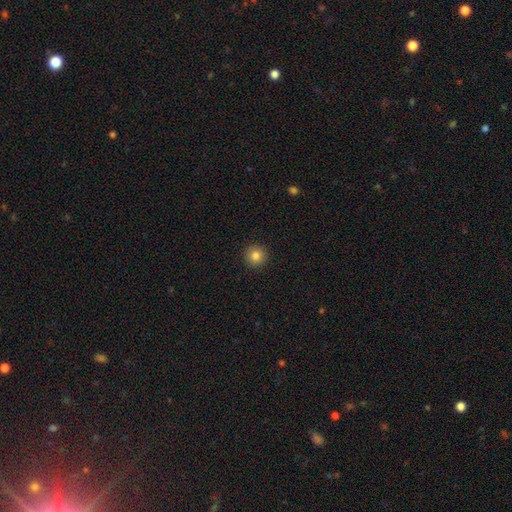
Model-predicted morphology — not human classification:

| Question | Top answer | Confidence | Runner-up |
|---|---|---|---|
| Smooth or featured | smooth | 82% | star or artifact (11%) |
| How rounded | round | 95% | in between (4%) |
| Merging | none | 93% | minor disturbance (5%) |